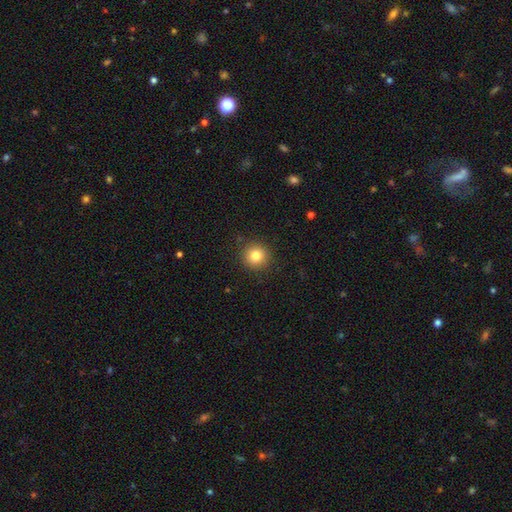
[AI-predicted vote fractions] Morphology: type=smooth (82%); roundness=round (94%); merging=none (90%).